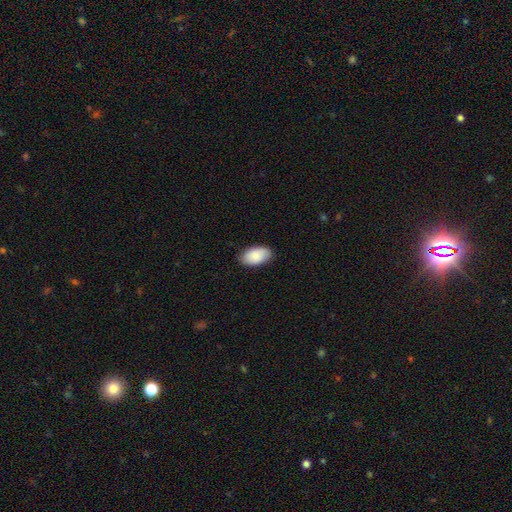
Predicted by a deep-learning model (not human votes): This appears to be a smooth galaxy with no disk features (89%) that is in between round and cigar-shaped (95%). Merging: none (86%).